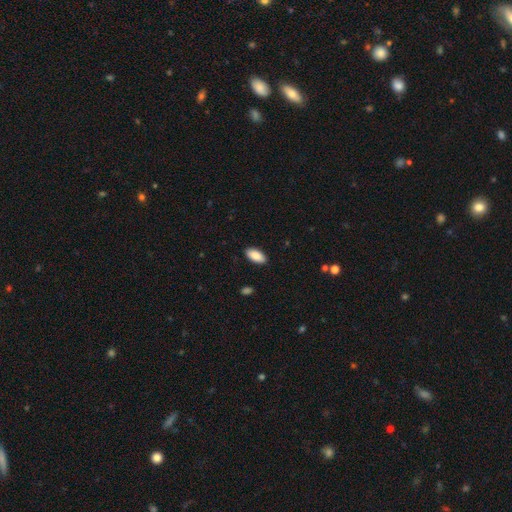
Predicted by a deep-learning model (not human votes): Morphology: type=smooth (89%); roundness=in between (92%); merging=none (89%).